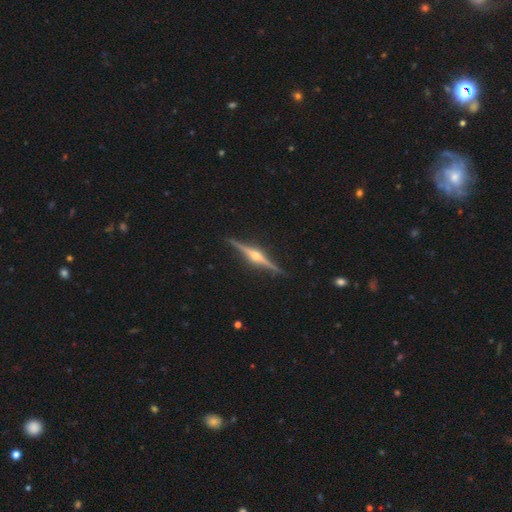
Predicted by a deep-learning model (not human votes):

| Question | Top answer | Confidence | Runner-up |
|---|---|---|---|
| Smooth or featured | featured or disk | 88% | smooth (7%) |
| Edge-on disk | yes | 99% | no (1%) |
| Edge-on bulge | rounded | 95% | boxy (3%) |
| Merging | none | 91% | minor disturbance (7%) |